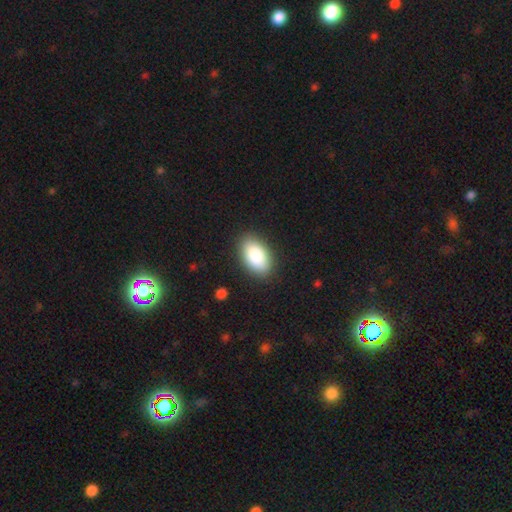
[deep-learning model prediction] This appears to be a smooth galaxy with no disk features (88%) that is in between round and cigar-shaped (94%). Merging: none (88%).